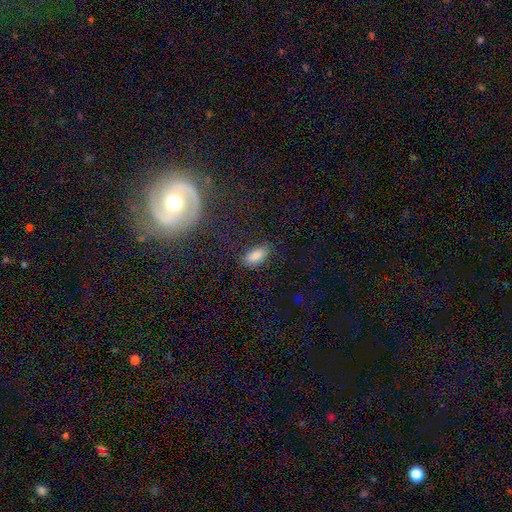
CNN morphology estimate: smooth_or_featured: smooth (p=0.85) [alt: star or artifact p=0.09]
how_rounded: in between (p=0.89) [alt: cigar-shaped p=0.08]
merging: none (p=0.78) [alt: minor disturbance p=0.16]